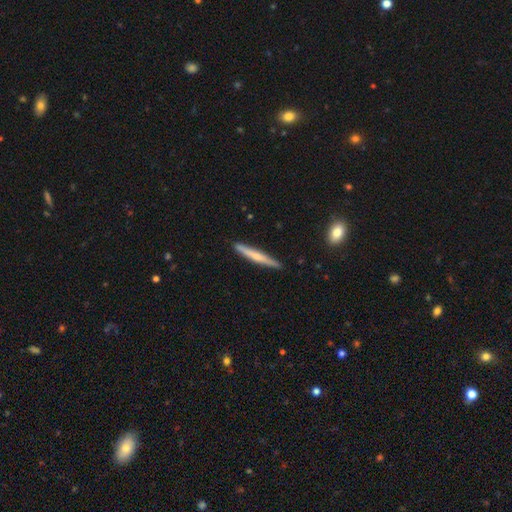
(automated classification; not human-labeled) Smooth or featured? Predicted: featured or disk (p=0.49). Merging? Predicted: none (p=0.89).